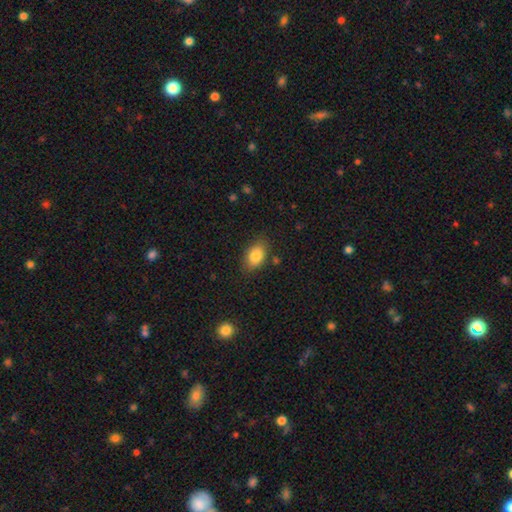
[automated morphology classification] Smooth or featured: smooth — 84% (featured or disk — 8%)
How rounded: in between — 88% (round — 9%)
Merging: none — 81% (minor disturbance — 14%)